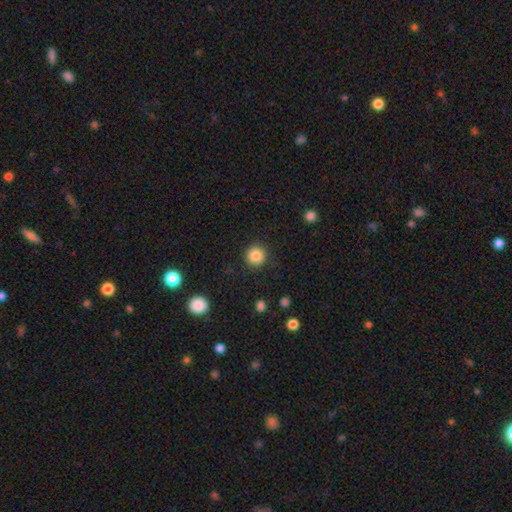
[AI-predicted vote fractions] smooth 85%, star or artifact 10%, featured or disk 5%. Down the decision tree: how rounded — round (94%); merging — none (91%).